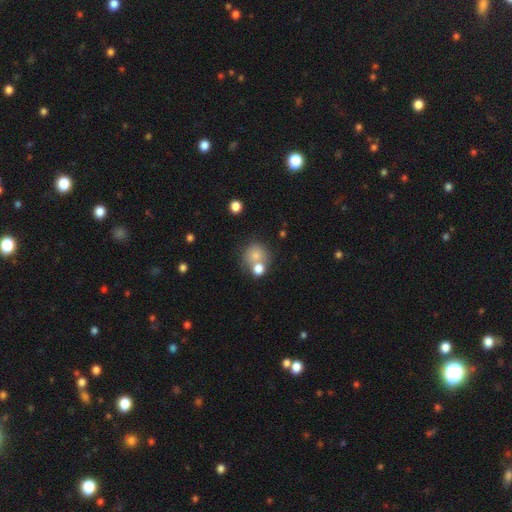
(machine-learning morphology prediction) smooth_or_featured: smooth (p=0.75) [alt: featured or disk p=0.13]
how_rounded: round (p=0.83) [alt: in between p=0.16]
merging: none (p=0.48) [alt: merger p=0.37]